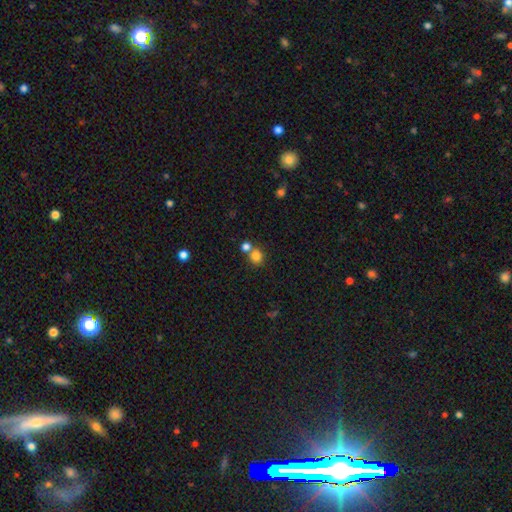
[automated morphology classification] type=smooth (82%); roundness=round (83%); merging=none (58%).